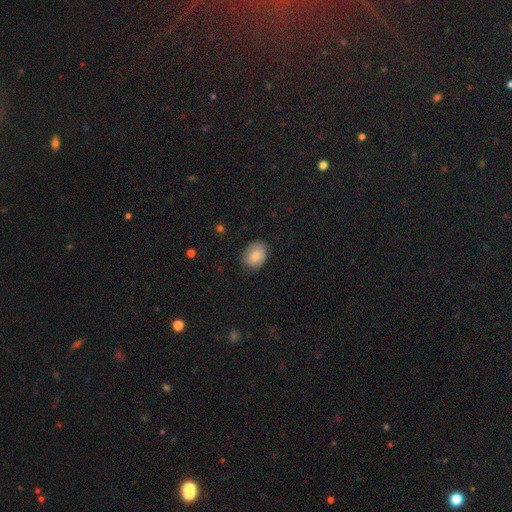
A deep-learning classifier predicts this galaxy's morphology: A smooth galaxy with no disk features (82%) that is in between round and cigar-shaped (67%).

Vote fractions:
- Smooth or featured? smooth: 82% / featured or disk: 11% / star or artifact: 7%
- How rounded? in between: 67% / round: 32% / cigar-shaped: 1%
- Merging? none: 79% / minor disturbance: 17% / major disturbance: 3% / merger: 1%